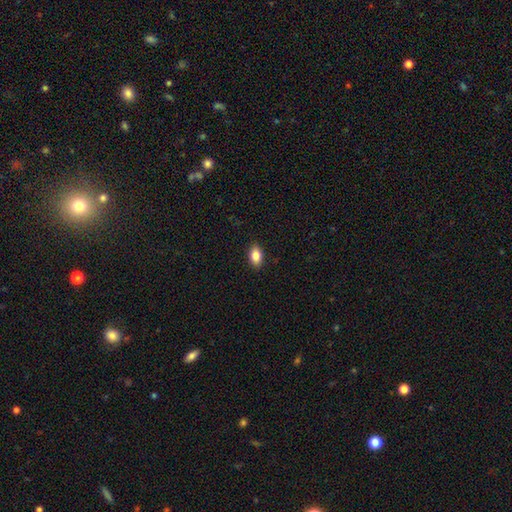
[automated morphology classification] This is clearly a smooth galaxy (86%). How rounded: clearly in between (88%). Merging: clearly none (90%).